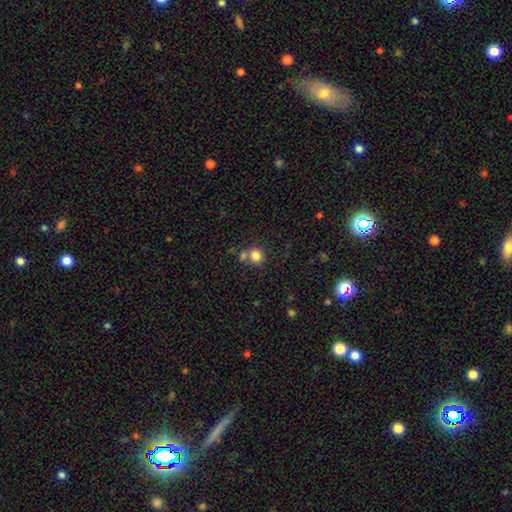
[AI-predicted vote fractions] A smooth galaxy with no disk features (81%) that is round (79%). Merging: none (58%).